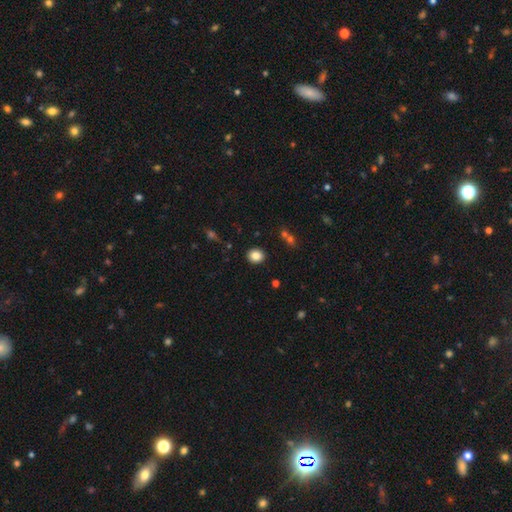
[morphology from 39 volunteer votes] Smooth or featured? 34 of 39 (87%) said smooth. How rounded? 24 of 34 (71%) said round. Merging? 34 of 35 (97%) said none.